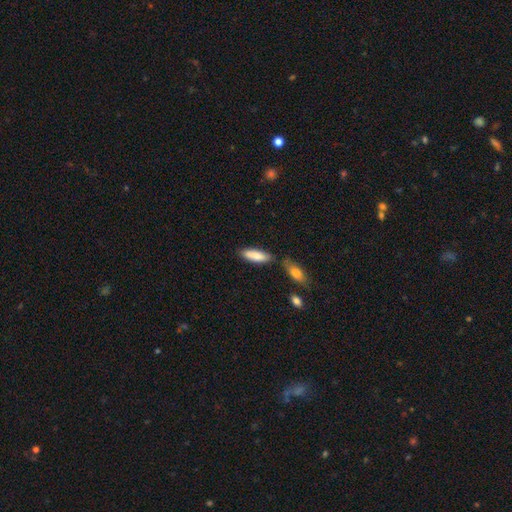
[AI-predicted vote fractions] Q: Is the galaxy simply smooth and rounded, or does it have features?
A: smooth — 83%.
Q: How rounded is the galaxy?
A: in between — 54%.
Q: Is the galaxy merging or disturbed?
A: none — 72%.